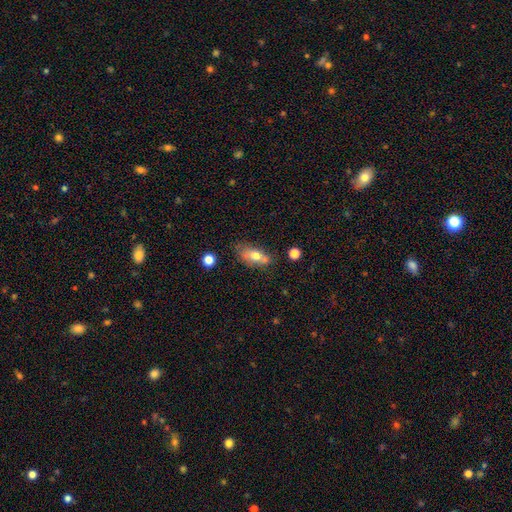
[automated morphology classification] smooth_or_featured: smooth (p=0.68) [alt: featured or disk p=0.23]
how_rounded: in between (p=0.81) [alt: cigar-shaped p=0.11]
merging: none (p=0.46) [alt: merger p=0.23]